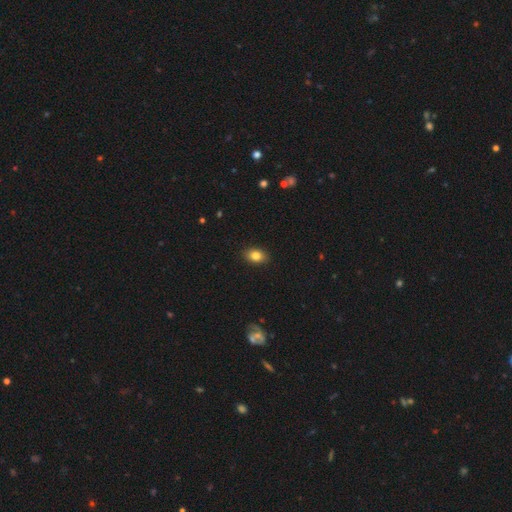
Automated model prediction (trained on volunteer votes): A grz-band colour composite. It shows a smooth galaxy with no disk features (83%) that is in between round and cigar-shaped (80%). Merging: none (89%).